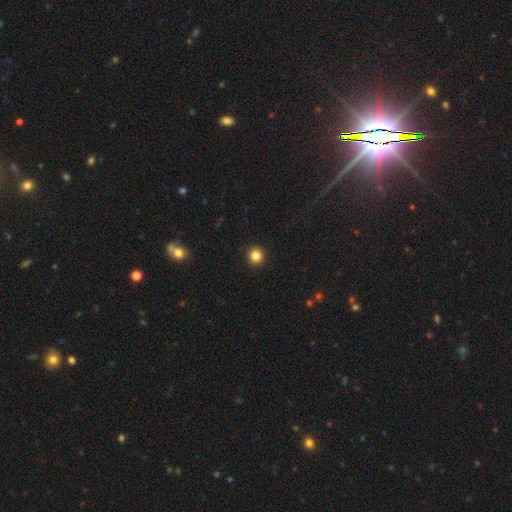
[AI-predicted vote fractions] Morphology: type=smooth (84%); roundness=round (95%); merging=none (94%).